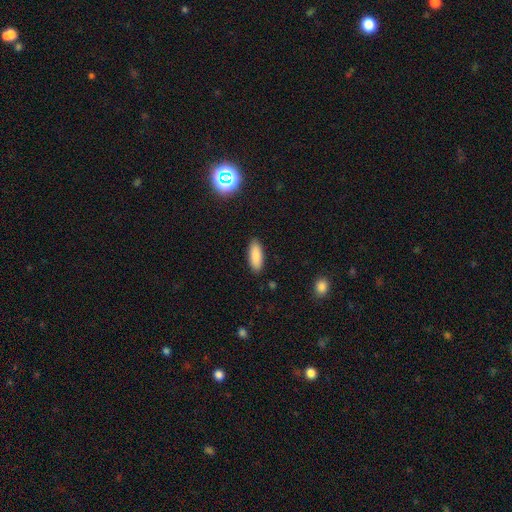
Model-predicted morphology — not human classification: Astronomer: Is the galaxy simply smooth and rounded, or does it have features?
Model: smooth — 88%.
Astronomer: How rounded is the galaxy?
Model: in between — 73%.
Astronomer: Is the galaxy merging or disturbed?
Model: none — 88%.